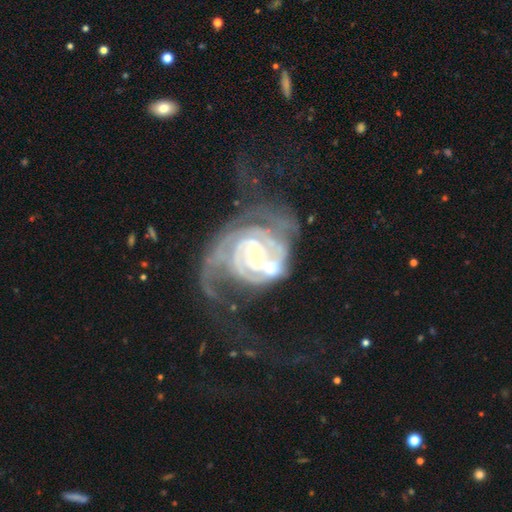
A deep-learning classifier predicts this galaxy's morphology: This is clearly a featured or disk galaxy (89%). It is clearly not viewed edge-on (97%). Bar: likely no (70%). Spiral arm pattern: clearly yes (95%). Spiral arm count: marginally 2 (35%). Spiral winding: likely tight (69%). Central bulge: possibly moderate (55%). Merging: marginally merger (32%).